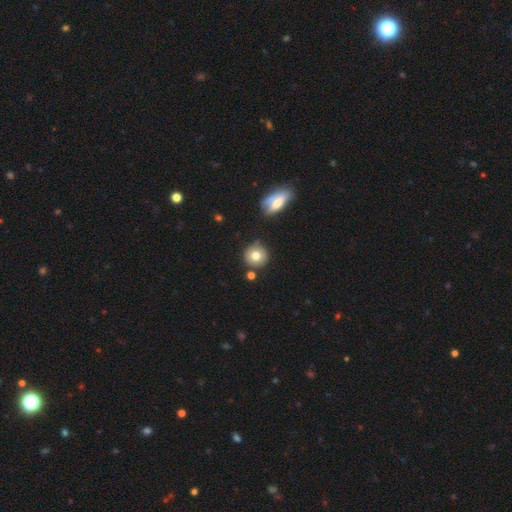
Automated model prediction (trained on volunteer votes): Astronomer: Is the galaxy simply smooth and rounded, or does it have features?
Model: smooth — 76%.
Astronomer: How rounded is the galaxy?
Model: round — 91%.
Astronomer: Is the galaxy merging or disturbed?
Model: none — 78%.